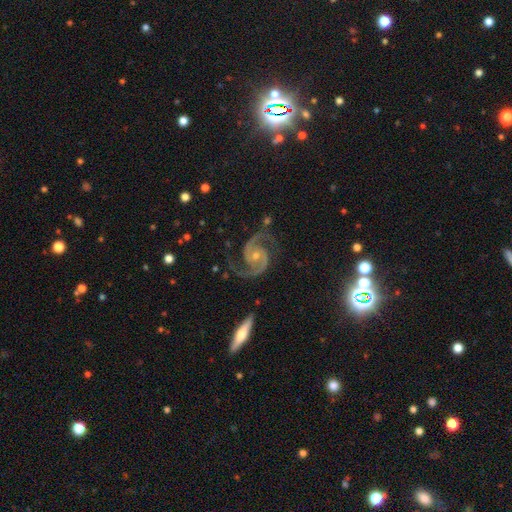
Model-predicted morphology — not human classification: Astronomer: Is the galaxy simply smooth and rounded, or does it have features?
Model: featured or disk — 92%.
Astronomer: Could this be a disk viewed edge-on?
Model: no — 98%.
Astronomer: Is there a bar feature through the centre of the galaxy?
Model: no — 65%.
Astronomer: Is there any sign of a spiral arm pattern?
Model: yes — 99%.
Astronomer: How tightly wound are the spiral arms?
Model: medium — 58%.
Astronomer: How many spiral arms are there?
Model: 2 — 93%.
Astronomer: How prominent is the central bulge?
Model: small — 63%.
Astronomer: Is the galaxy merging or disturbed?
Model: none — 79%.